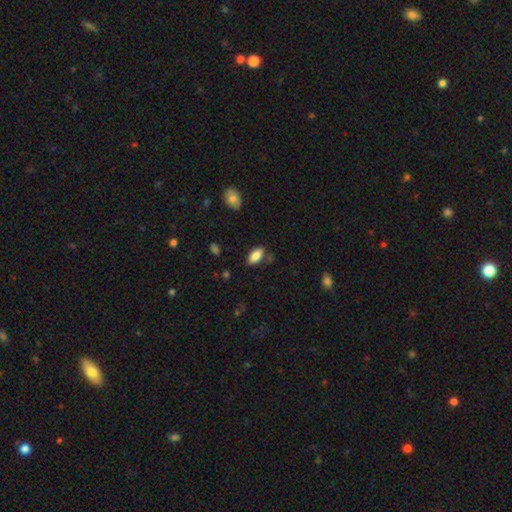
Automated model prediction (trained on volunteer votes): Smooth or featured: smooth — 81% (featured or disk — 12%)
How rounded: in between — 89% (cigar-shaped — 8%)
Merging: none — 76% (minor disturbance — 17%)